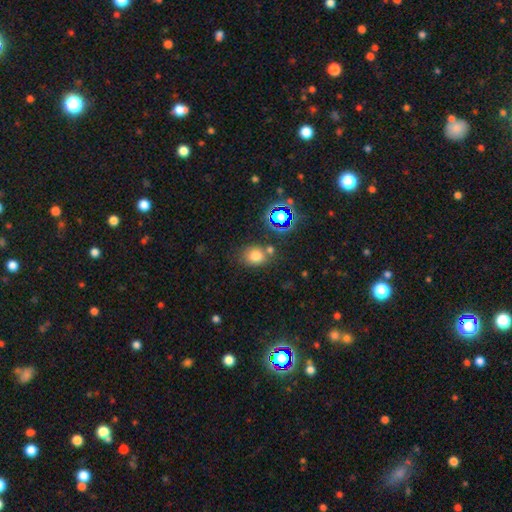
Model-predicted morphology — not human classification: smooth-or-featured: smooth: 73% | star or artifact: 18% | featured or disk: 8%
  how-rounded: round: 54% | in between: 45% | cigar-shaped: 1%
  merging: none: 67% | merger: 16% | minor disturbance: 13% | major disturbance: 4%